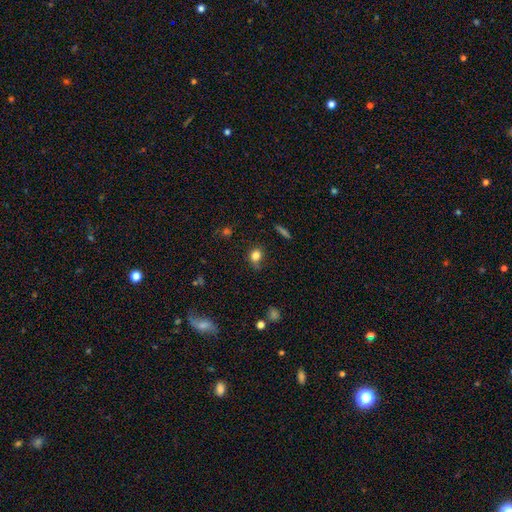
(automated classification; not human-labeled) Overall: smooth (81%). How rounded: round (64%; in between 35%). Merging: none (66%).